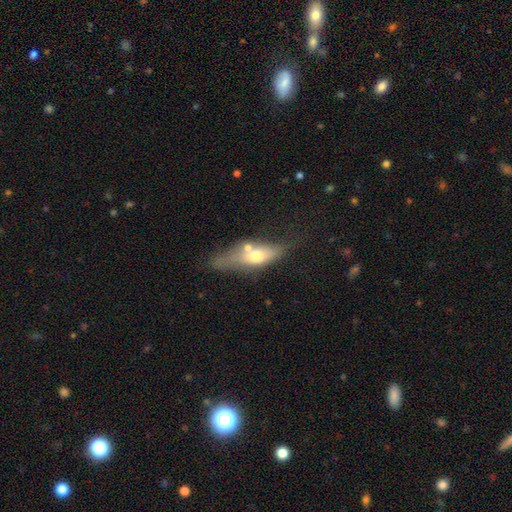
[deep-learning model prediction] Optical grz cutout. It shows a smooth galaxy with no disk features (55%) that is in between round and cigar-shaped (65%). Merging: none (40%).